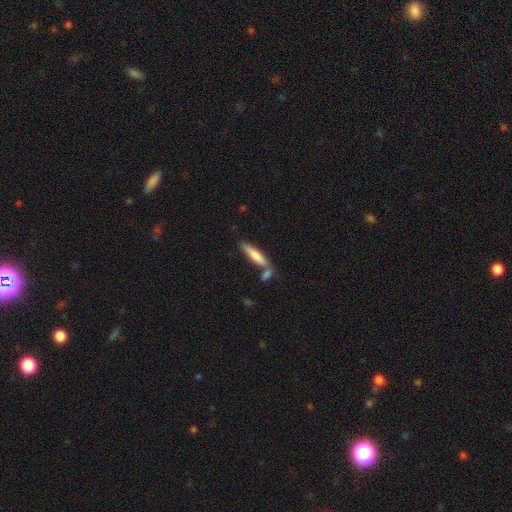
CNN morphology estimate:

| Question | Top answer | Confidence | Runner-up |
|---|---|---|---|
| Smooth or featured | smooth | 77% | featured or disk (17%) |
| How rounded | cigar-shaped | 77% | in between (22%) |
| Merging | none | 59% | merger (24%) |